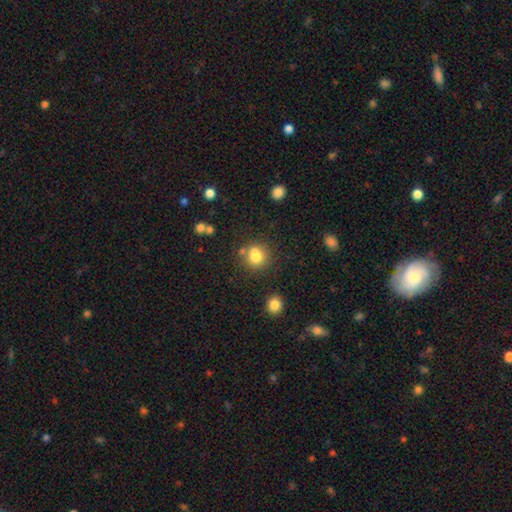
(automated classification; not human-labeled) Smooth or featured: smooth — 80% (star or artifact — 12%)
How rounded: round — 80% (in between — 19%)
Merging: none — 68% (merger — 14%)